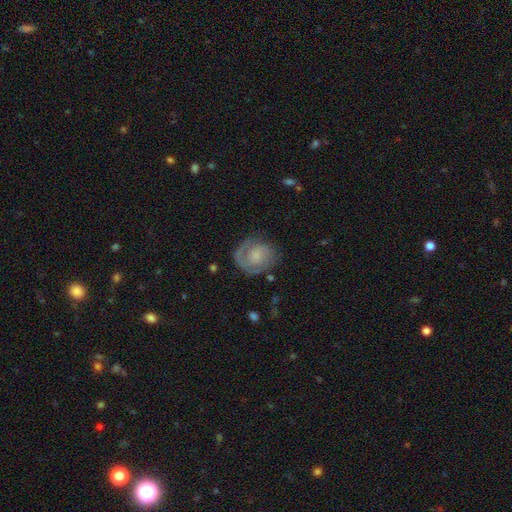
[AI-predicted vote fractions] Overall: featured or disk (61%; smooth 32%). Edge-on disk: no (97%). Bar: no (72%). Spiral arms: yes (85%). Spiral arm count: 1 (44%; 2 34%). Spiral winding: tight (55%; medium 31%). Bulge size: small (36%; moderate 28%). Merging: none (68%).